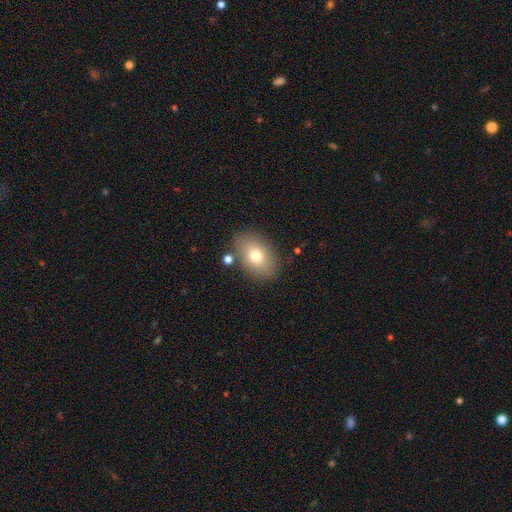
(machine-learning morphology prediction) This is likely a smooth galaxy (74%). How rounded: clearly in between (83%). Merging: clearly none (83%).